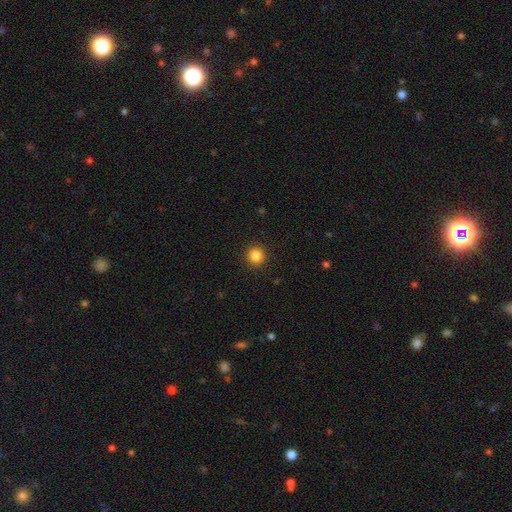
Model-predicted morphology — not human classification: Smooth or featured: smooth — 85% (star or artifact — 11%)
How rounded: round — 94% (in between — 5%)
Merging: none — 93% (minor disturbance — 5%)